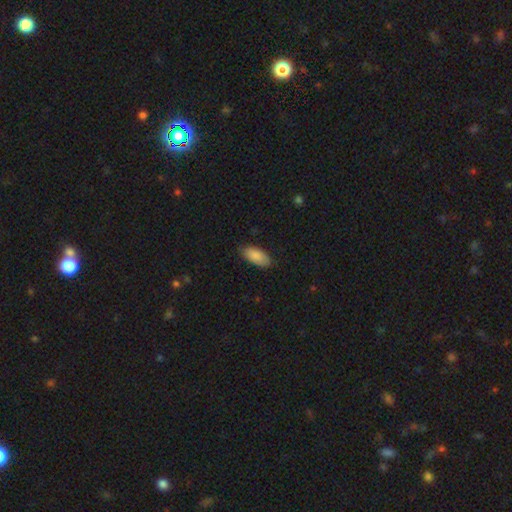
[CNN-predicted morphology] Smooth or featured: smooth — 88% (star or artifact — 6%)
How rounded: in between — 89% (cigar-shaped — 9%)
Merging: none — 81% (minor disturbance — 15%)